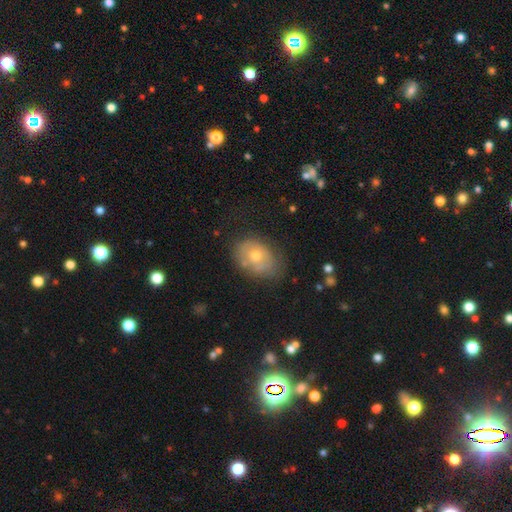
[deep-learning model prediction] A smooth galaxy with no disk features (54%) that is in between round and cigar-shaped (74%).

Vote fractions:
- Smooth or featured? smooth: 54% / featured or disk: 36% / star or artifact: 10%
- How rounded? in between: 74% / round: 25% / cigar-shaped: 1%
- Merging? none: 66% / minor disturbance: 23% / major disturbance: 8% / merger: 2%